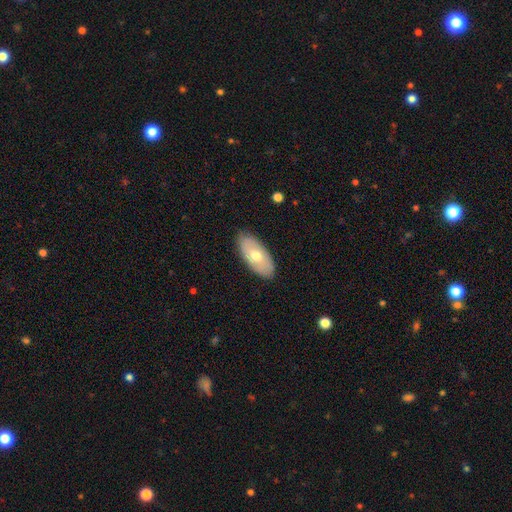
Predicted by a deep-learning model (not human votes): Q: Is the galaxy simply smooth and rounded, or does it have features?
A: smooth — 61%.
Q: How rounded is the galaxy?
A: in between — 92%.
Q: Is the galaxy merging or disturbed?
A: none — 86%.